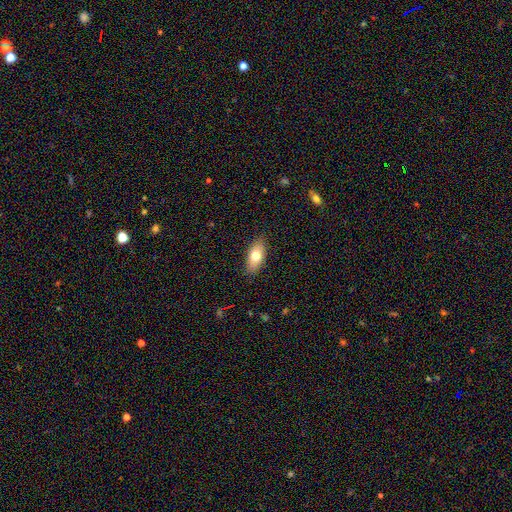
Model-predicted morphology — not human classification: The model was most divided on "smooth or featured": smooth: 75%, featured or disk: 18%, star or artifact: 7%. More confident: how rounded — in between (87%); merging — none (87%).